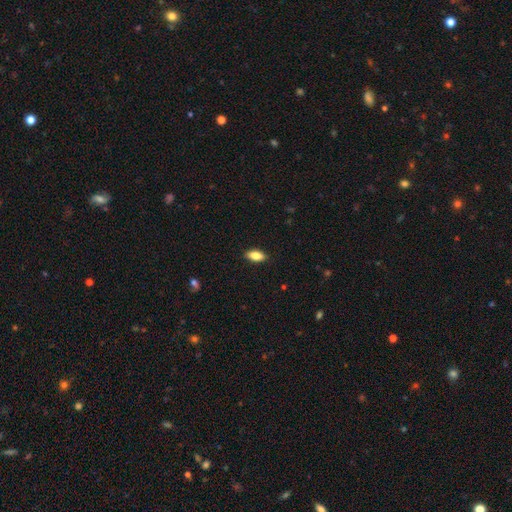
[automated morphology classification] Overall: smooth (83%). How rounded: in between (87%). Merging: none (88%).